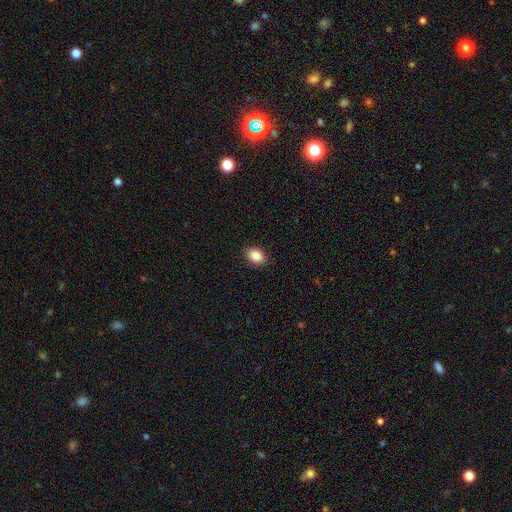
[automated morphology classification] A smooth galaxy with no disk features (88%) that is in between round and cigar-shaped (78%). Merging: none (89%).